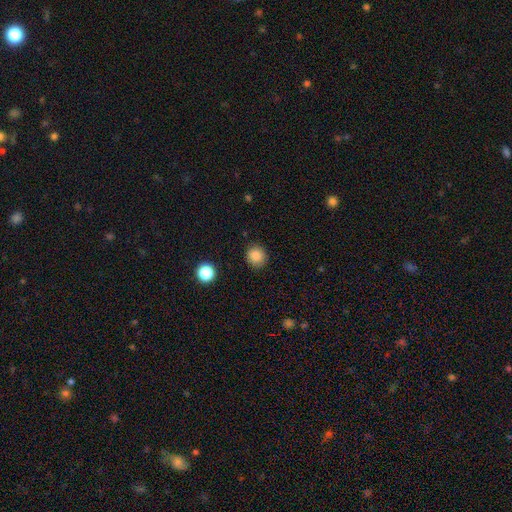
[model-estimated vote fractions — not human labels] Q: Smooth or featured?
A: smooth (86%); runner-up: star or artifact (10%)
Q: How rounded?
A: round (89%); runner-up: in between (10%)
Q: Merging?
A: none (89%); runner-up: minor disturbance (8%)